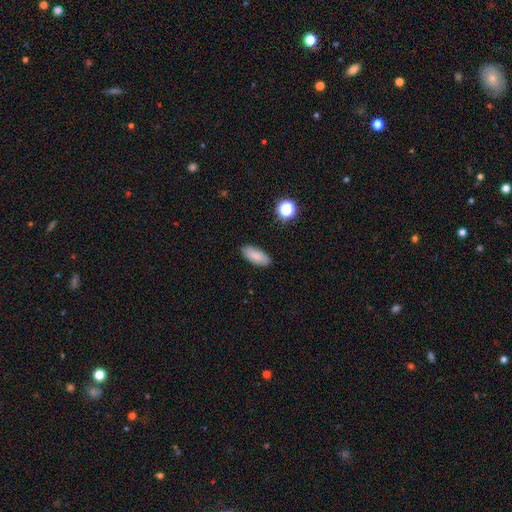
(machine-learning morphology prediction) Smooth or featured: smooth — 84% (featured or disk — 8%)
How rounded: in between — 84% (cigar-shaped — 13%)
Merging: none — 87% (minor disturbance — 9%)